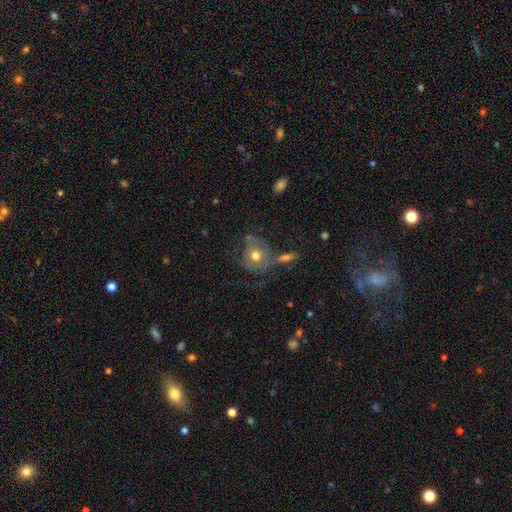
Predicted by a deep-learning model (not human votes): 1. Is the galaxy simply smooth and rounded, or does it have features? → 47% smooth, 44% featured or disk, 9% star or artifact.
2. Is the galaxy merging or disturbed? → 43% none, 22% major disturbance, 21% minor disturbance, 14% merger.